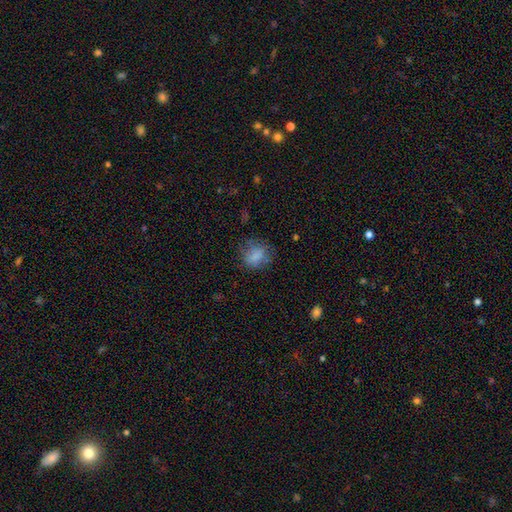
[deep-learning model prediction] Q: Smooth or featured?
A: smooth (77%); runner-up: featured or disk (12%)
Q: How rounded?
A: round (60%); runner-up: in between (39%)
Q: Merging?
A: none (65%); runner-up: minor disturbance (22%)